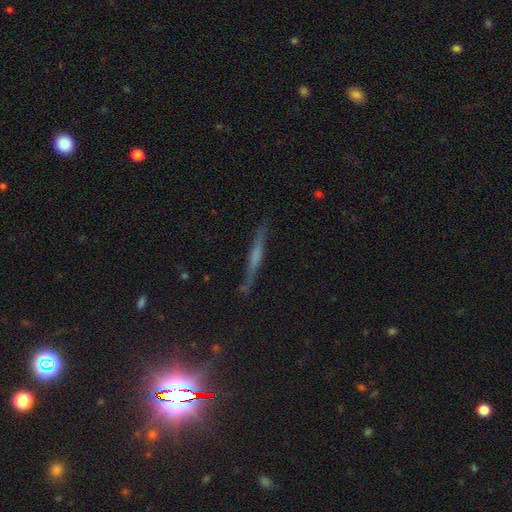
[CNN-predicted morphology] Smooth or featured? featured or disk (56%)
Edge-on disk? yes (96%)
Edge-on bulge? none (47%)
Merging? none (84%)